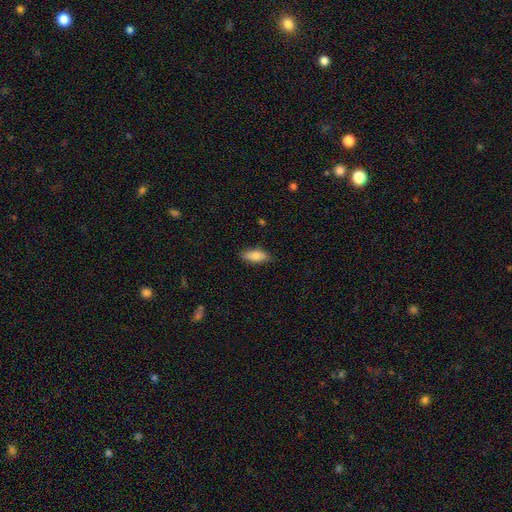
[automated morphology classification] A smooth galaxy with no disk features (82%) that is in between round and cigar-shaped (80%).

Vote fractions:
- Smooth or featured? smooth: 82% / featured or disk: 11% / star or artifact: 6%
- How rounded? in between: 80% / cigar-shaped: 18% / round: 2%
- Merging? none: 85% / minor disturbance: 12% / major disturbance: 2% / merger: 1%